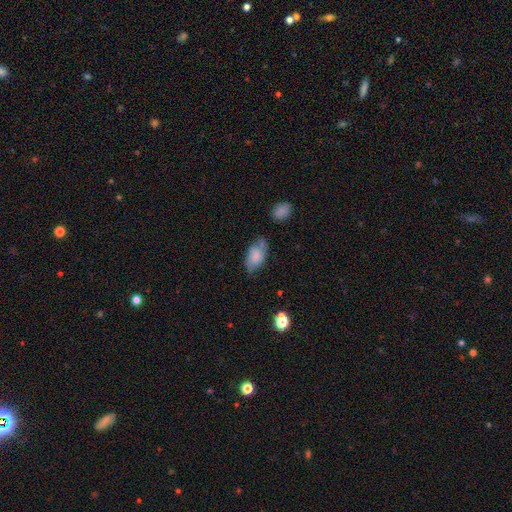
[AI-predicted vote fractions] smooth_or_featured: smooth (p=0.74) [alt: featured or disk p=0.18]
how_rounded: in between (p=0.92) [alt: round p=0.04]
merging: none (p=0.54) [alt: minor disturbance p=0.28]